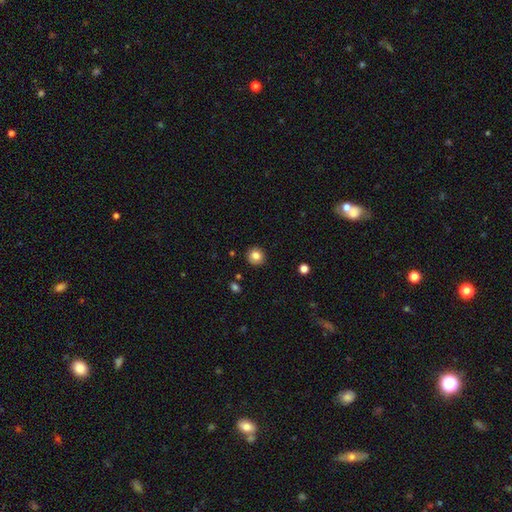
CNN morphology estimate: Smooth or featured? Predicted: smooth (p=0.83). How rounded? Predicted: round (p=0.91). Merging? Predicted: none (p=0.90).